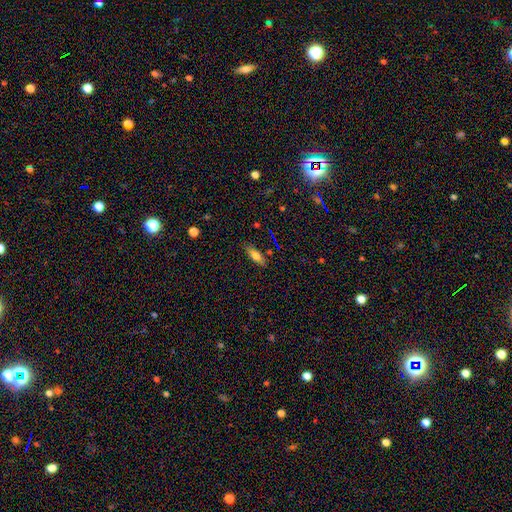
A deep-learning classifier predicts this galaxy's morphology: Smooth or featured: smooth — 68% (featured or disk — 23%)
How rounded: in between — 58% (cigar-shaped — 39%)
Merging: none — 84% (minor disturbance — 11%)